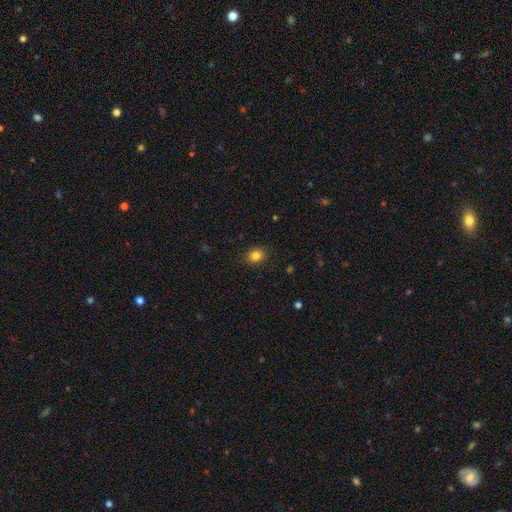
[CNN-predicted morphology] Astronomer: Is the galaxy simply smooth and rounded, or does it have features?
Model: smooth — 83%.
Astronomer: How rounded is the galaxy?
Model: round — 55% (runner-up: in between, 44%).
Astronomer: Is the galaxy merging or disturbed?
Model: none — 88%.